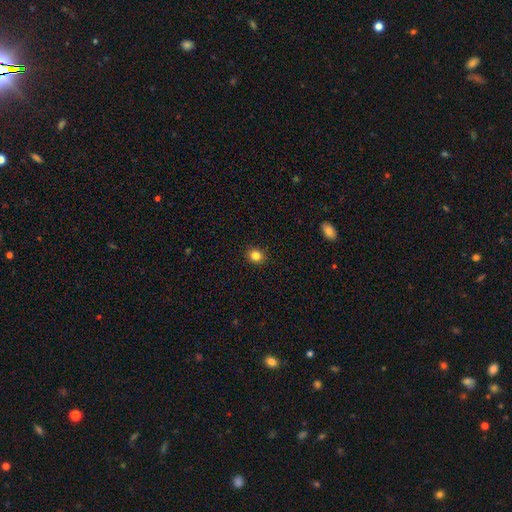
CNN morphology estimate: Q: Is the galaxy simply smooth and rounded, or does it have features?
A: smooth — 83%.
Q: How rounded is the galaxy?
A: round — 76%.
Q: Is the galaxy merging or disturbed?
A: none — 92%.